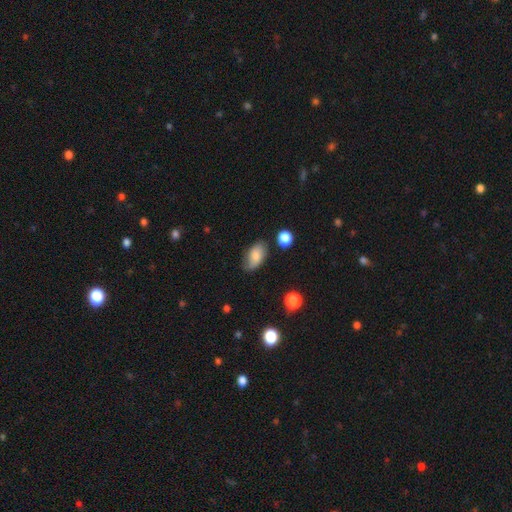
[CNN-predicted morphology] The model was most divided on "merging": none: 69%, minor disturbance: 23%, major disturbance: 5%, merger: 3%. More confident: how rounded — in between (93%); smooth or featured — smooth (77%).